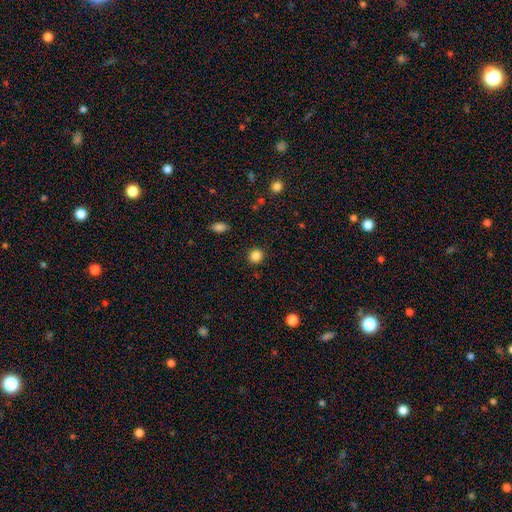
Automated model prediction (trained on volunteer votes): Smooth or featured?
  - smooth: 86% *
  - star or artifact: 11%
  - featured or disk: 3%
How rounded?
  - round: 89% *
  - in between: 10%
  - cigar-shaped: 1%
Merging?
  - none: 91% *
  - minor disturbance: 6%
  - major disturbance: 2%
  - merger: 1%